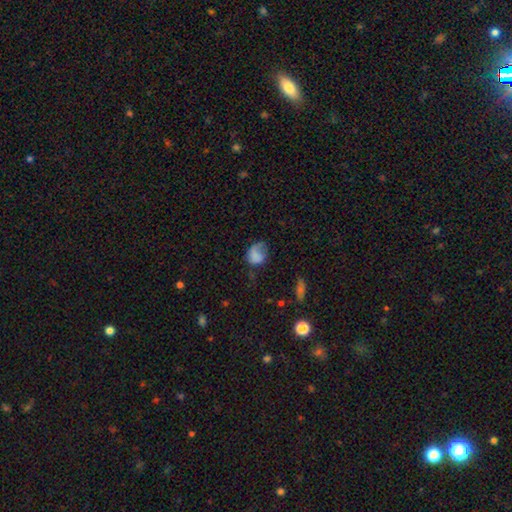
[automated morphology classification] Q: Smooth or featured?
A: smooth (69%); runner-up: featured or disk (20%)
Q: How rounded?
A: in between (55%); runner-up: round (44%)
Q: Merging?
A: major disturbance (34%); tied with: none (34%)